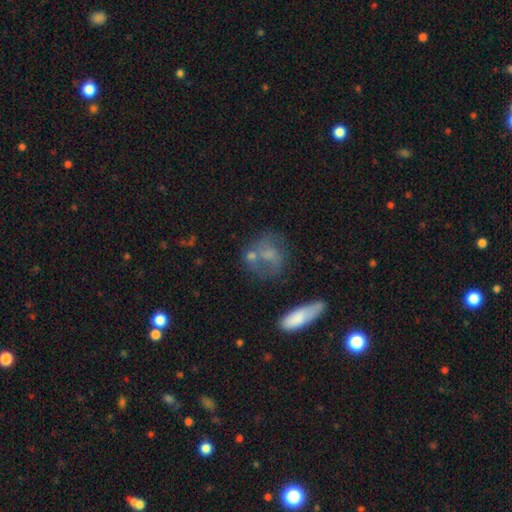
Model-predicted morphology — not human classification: Smooth or featured: smooth — 50% (featured or disk — 37%)
How rounded: round — 55% (in between — 41%)
Merging: none — 46% (merger — 20%)